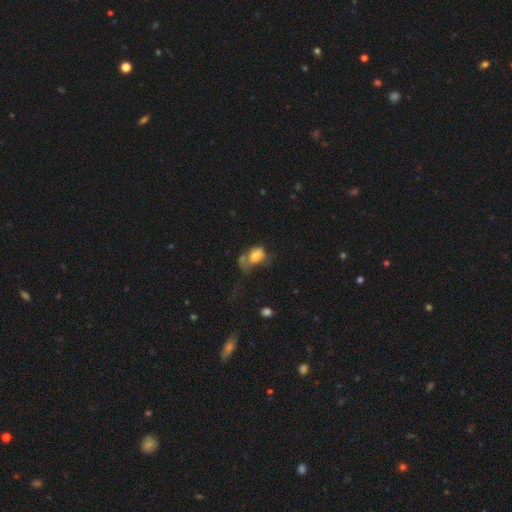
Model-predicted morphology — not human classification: A smooth galaxy with no disk features (71%) that is in between round and cigar-shaped (70%).

Vote fractions:
- Smooth or featured? smooth: 71% / featured or disk: 19% / star or artifact: 10%
- How rounded? in between: 70% / round: 29% / cigar-shaped: 1%
- Merging? major disturbance: 30% / merger: 27% / none: 22% / minor disturbance: 21%